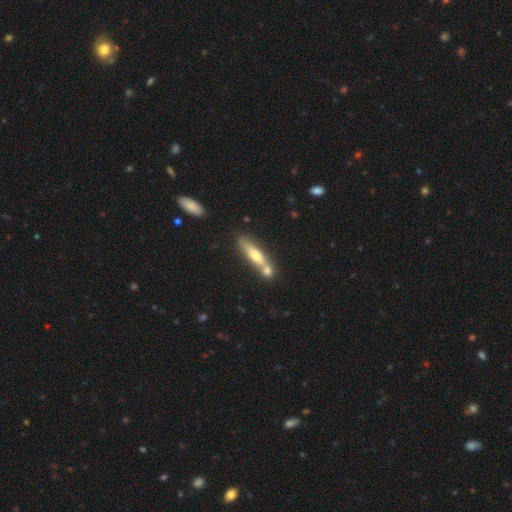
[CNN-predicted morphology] A smooth galaxy with no disk features (56%) that is cigar-shaped (75%).

Vote fractions:
- Smooth or featured? smooth: 56% / featured or disk: 37% / star or artifact: 7%
- How rounded? cigar-shaped: 75% / in between: 22% / round: 2%
- Merging? none: 50% / merger: 35% / minor disturbance: 12% / major disturbance: 4%